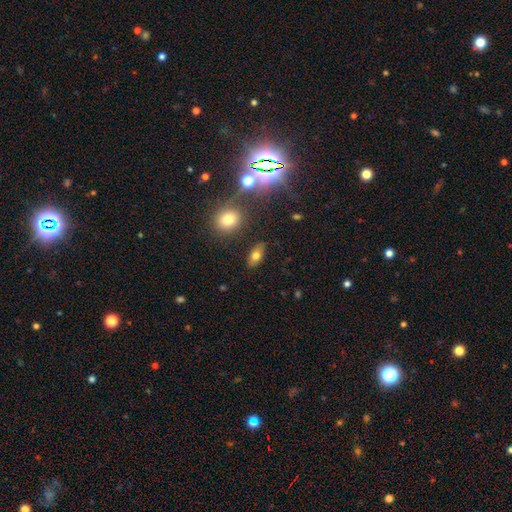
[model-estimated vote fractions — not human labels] Smooth or featured? Predicted: smooth (p=0.70). How rounded? Predicted: in between (p=0.82). Merging? Predicted: none (p=0.84).